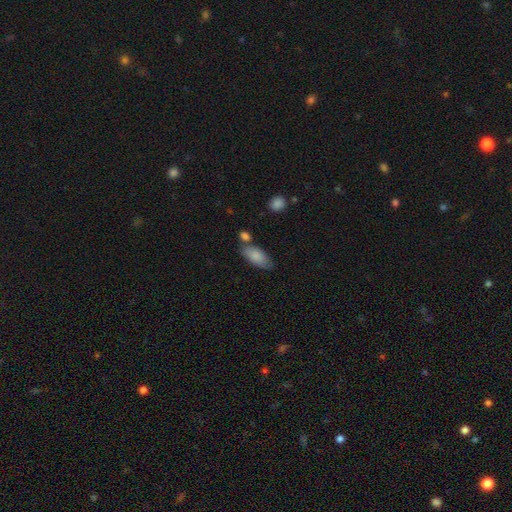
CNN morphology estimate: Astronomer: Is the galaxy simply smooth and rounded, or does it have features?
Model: smooth — 84%.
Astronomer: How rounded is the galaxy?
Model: in between — 88%.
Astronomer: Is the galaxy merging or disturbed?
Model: none — 62%.